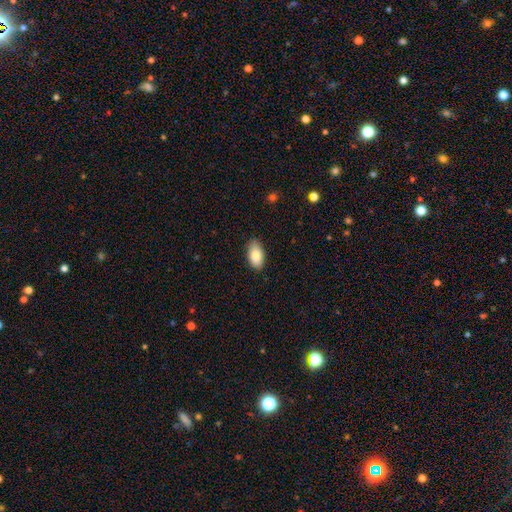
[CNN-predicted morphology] smooth_or_featured: smooth (p=0.85) [alt: featured or disk p=0.09]
how_rounded: in between (p=0.94) [alt: round p=0.04]
merging: none (p=0.84) [alt: minor disturbance p=0.13]